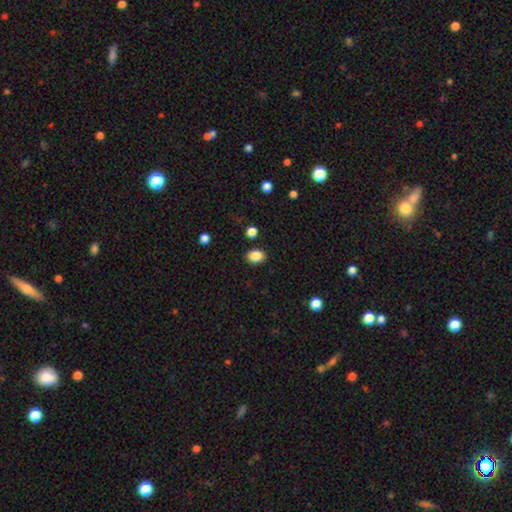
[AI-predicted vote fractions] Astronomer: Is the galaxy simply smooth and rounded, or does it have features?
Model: smooth — 87%.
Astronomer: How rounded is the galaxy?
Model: in between — 59% (runner-up: round, 41%).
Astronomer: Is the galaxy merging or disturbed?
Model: none — 88%.